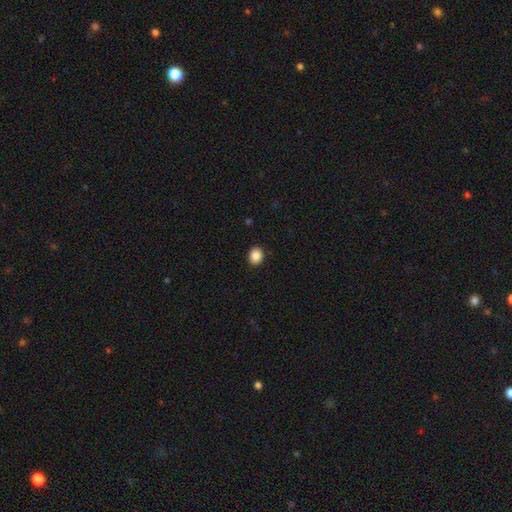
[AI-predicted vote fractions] This is clearly a smooth galaxy (87%). How rounded: likely round (64%). Merging: clearly none (91%).